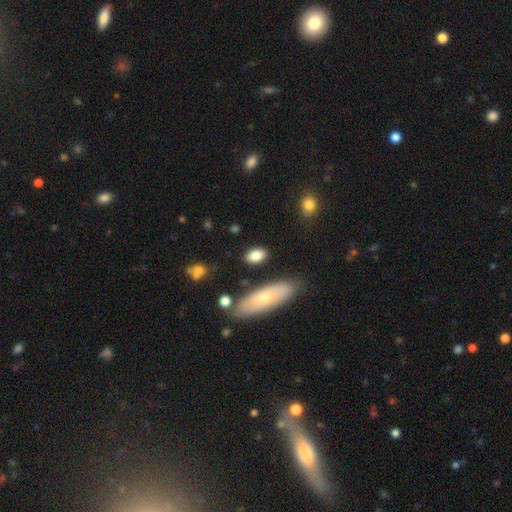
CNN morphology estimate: Smooth or featured?
  - smooth: 82% *
  - featured or disk: 11%
  - star or artifact: 8%
How rounded?
  - in between: 85% *
  - round: 11%
  - cigar-shaped: 5%
Merging?
  - none: 80% *
  - minor disturbance: 12%
  - merger: 4%
  - major disturbance: 4%